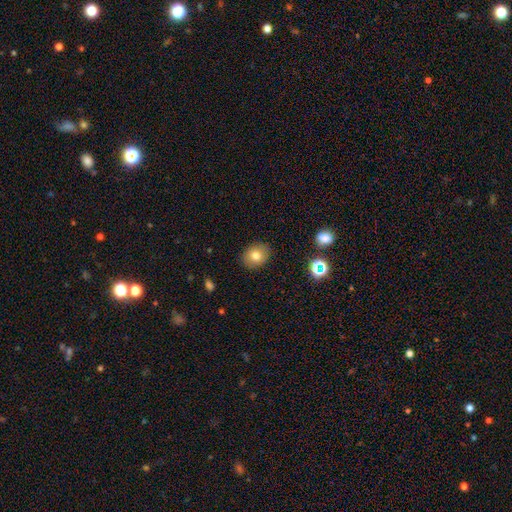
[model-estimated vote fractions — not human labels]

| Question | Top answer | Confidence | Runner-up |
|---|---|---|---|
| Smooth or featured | smooth | 78% | featured or disk (11%) |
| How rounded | round | 53% | in between (46%) |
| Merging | none | 87% | minor disturbance (9%) |